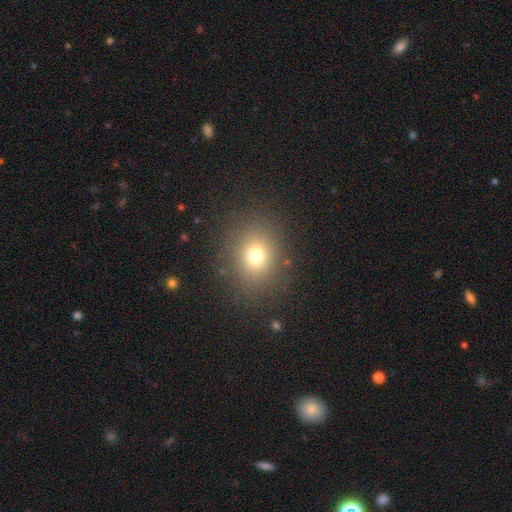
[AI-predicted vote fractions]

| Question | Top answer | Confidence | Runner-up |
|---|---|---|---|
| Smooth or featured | smooth | 73% | star or artifact (17%) |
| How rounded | round | 65% | in between (34%) |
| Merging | none | 85% | minor disturbance (9%) |